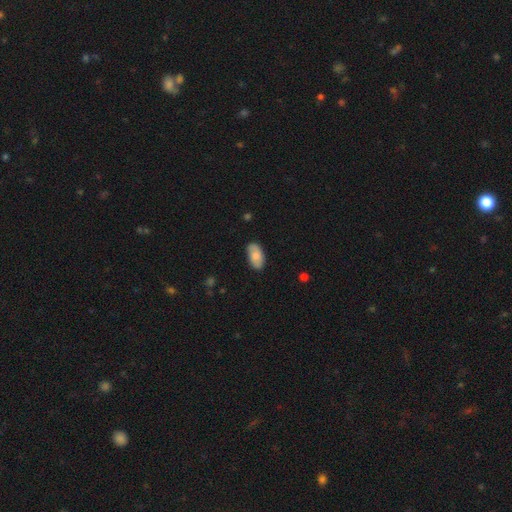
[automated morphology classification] smooth_or_featured: smooth (p=0.77) [alt: featured or disk p=0.17]
how_rounded: in between (p=0.95) [alt: round p=0.03]
merging: none (p=0.82) [alt: minor disturbance p=0.14]